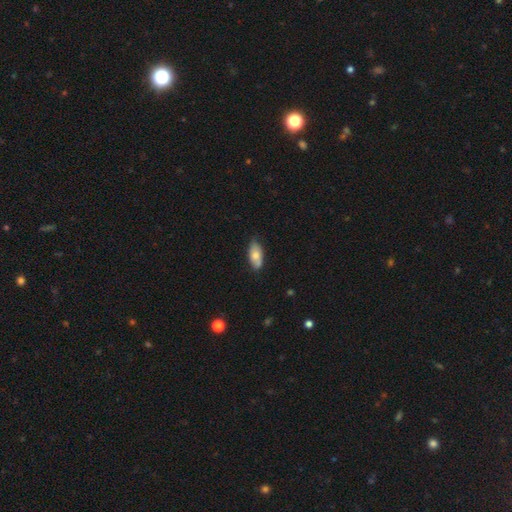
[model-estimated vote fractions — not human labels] smooth 73%, featured or disk 20%, star or artifact 6%. Down the decision tree: how rounded — in between (88%); merging — none (74%).